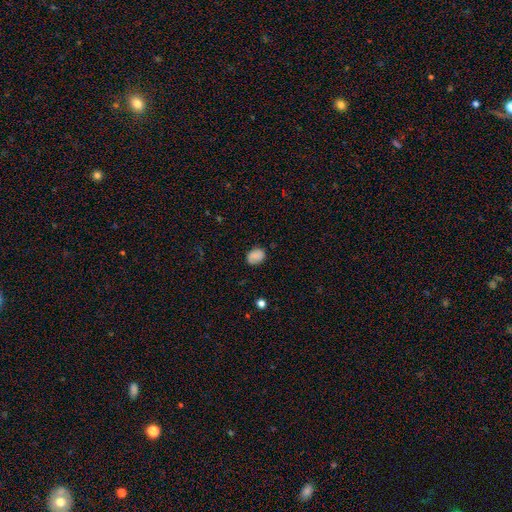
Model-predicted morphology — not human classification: smooth_or_featured: smooth (p=0.82) [alt: star or artifact p=0.09]
how_rounded: in between (p=0.62) [alt: round p=0.37]
merging: none (p=0.77) [alt: minor disturbance p=0.18]